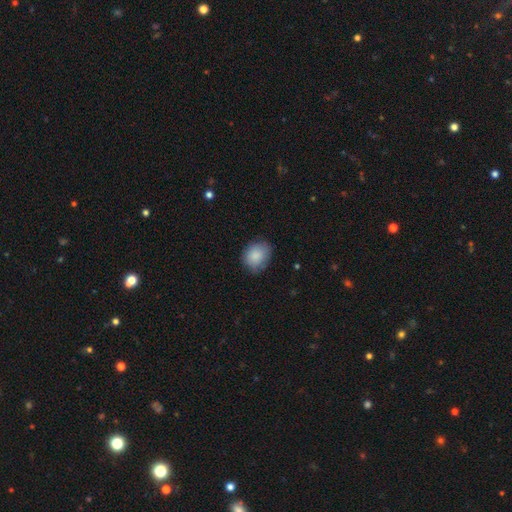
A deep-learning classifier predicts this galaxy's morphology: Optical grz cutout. It shows a smooth galaxy with no disk features (86%) that is round (53%). Merging: none (71%).